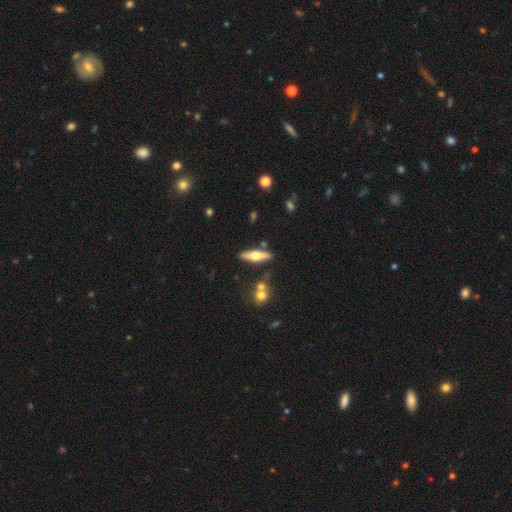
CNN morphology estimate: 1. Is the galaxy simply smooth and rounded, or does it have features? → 53% featured or disk, 41% smooth, 6% star or artifact.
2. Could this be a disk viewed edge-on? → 89% yes, 11% no.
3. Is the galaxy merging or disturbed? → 80% none, 10% minor disturbance, 7% merger, 3% major disturbance.